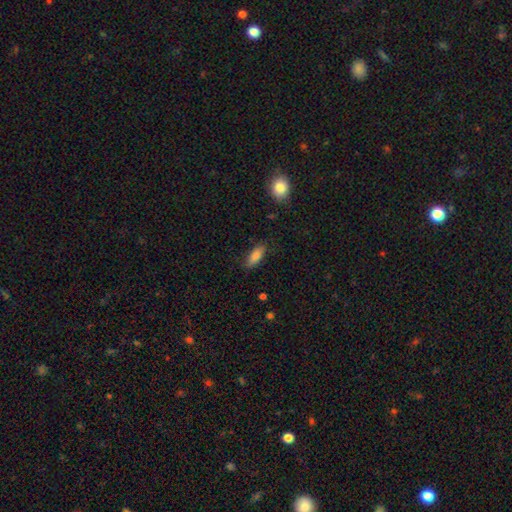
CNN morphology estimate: smooth 84%, featured or disk 8%, star or artifact 7%. Down the decision tree: how rounded — in between (76%); merging — none (81%).